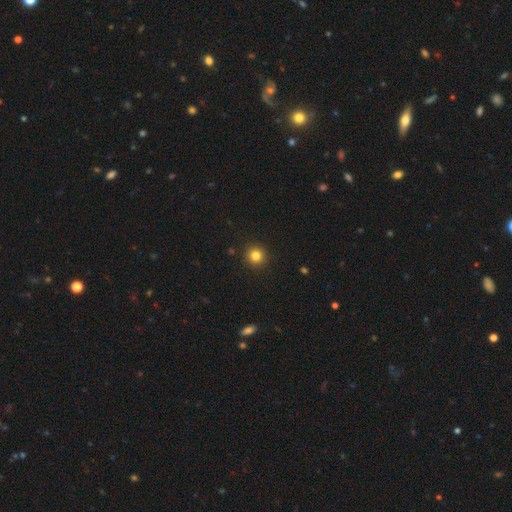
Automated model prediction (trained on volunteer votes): This appears to be a smooth galaxy with no disk features (82%) that is round (94%). Merging: none (92%).